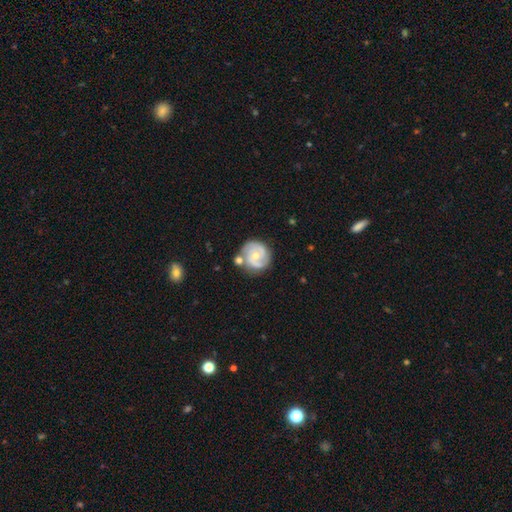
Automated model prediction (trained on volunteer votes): Smooth or featured: featured or disk — 79% (smooth — 15%)
Edge-on disk: no — 98% (yes — 2%)
Bar: no — 66% (weak — 28%)
Spiral arms: yes — 94% (no — 6%)
Spiral winding: tight — 54% (medium — 37%)
Spiral arm count: 2 — 72% (3 — 12%)
Bulge size: moderate — 55% (small — 42%)
Merging: none — 68% (minor disturbance — 16%)